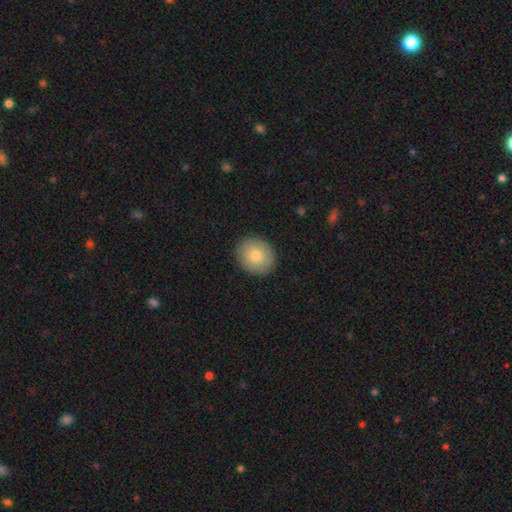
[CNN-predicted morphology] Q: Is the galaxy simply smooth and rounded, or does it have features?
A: smooth — 81%.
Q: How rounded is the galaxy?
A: round — 70%.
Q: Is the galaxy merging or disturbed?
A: none — 89%.